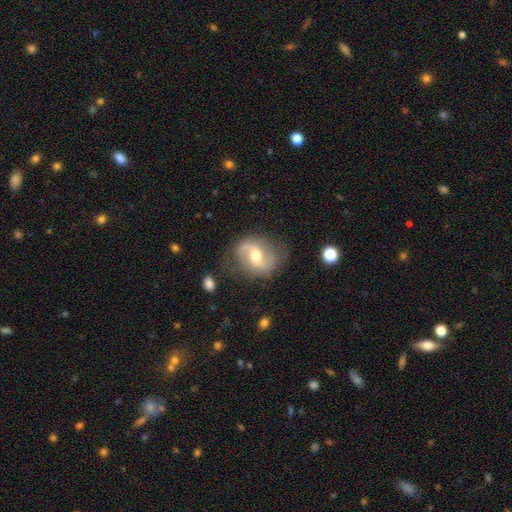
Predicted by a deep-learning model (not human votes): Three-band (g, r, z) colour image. It shows a featured or disk galaxy (79%) with a weak bar (50%), 2 (89%) loose (45%) spiral arms (93%) and a moderate central bulge (69%). Merging: none (75%).